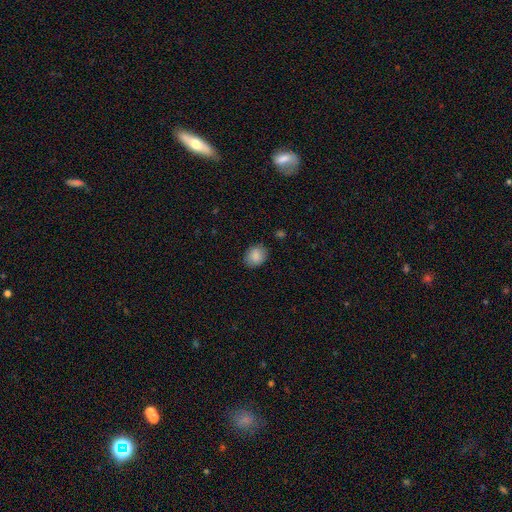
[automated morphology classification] This appears to be a smooth galaxy with no disk features (87%) that is in between round and cigar-shaped (51%). Merging: none (86%).